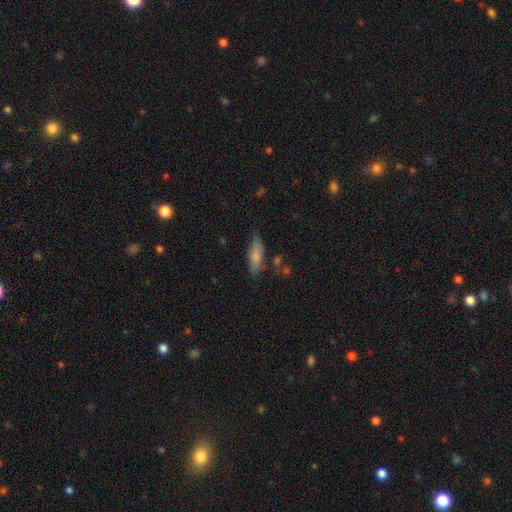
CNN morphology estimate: smooth_or_featured: smooth (p=0.76) [alt: featured or disk p=0.17]
how_rounded: in between (p=0.52) [alt: cigar-shaped p=0.46]
merging: none (p=0.67) [alt: minor disturbance p=0.22]